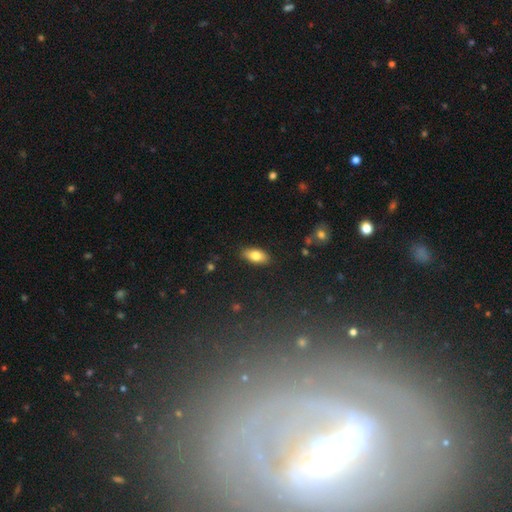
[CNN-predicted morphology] This appears to be a smooth galaxy with no disk features (80%) that is in between round and cigar-shaped (90%). Merging: none (88%).